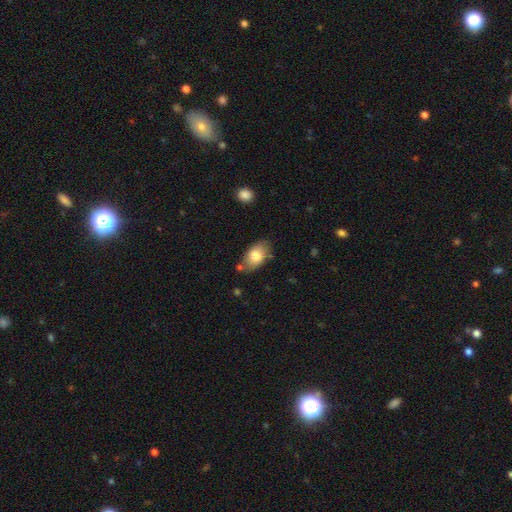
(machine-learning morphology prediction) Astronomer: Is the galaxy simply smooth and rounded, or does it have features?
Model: smooth — 79%.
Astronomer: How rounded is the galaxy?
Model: in between — 91%.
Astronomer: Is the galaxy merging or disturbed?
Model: none — 72%.